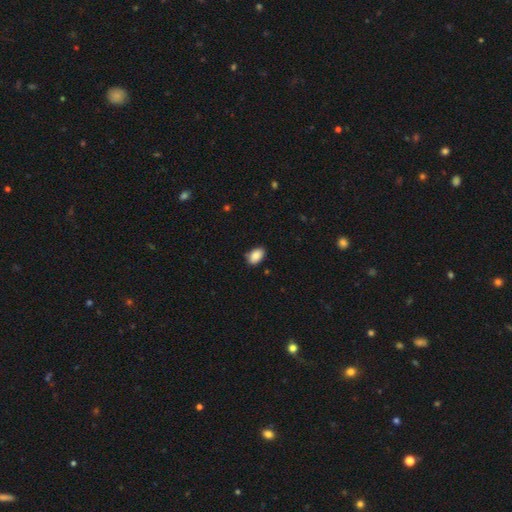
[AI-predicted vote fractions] smooth-or-featured: smooth: 88% | star or artifact: 7% | featured or disk: 5%
  how-rounded: in between: 89% | round: 9% | cigar-shaped: 1%
  merging: none: 82% | minor disturbance: 14% | major disturbance: 2% | merger: 1%